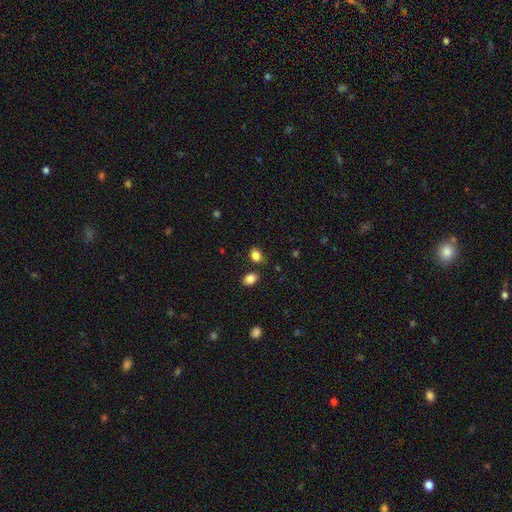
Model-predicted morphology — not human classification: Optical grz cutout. It shows a smooth galaxy with no disk features (85%) that is in between round and cigar-shaped (76%). Merging: none (74%).